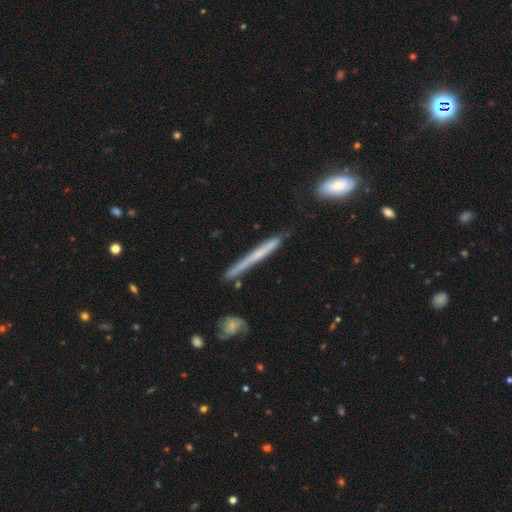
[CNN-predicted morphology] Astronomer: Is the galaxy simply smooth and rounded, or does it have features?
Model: featured or disk — 53% (runner-up: smooth, 38%).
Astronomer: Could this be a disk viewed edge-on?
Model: yes — 95%.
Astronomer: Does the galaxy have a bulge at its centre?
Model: none — 77%.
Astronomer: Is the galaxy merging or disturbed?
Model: none — 80%.